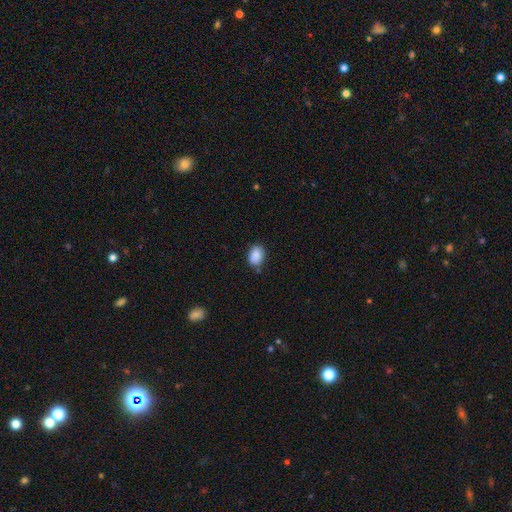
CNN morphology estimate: This is clearly a smooth galaxy (88%). How rounded: likely in between (74%). Merging: likely none (75%).